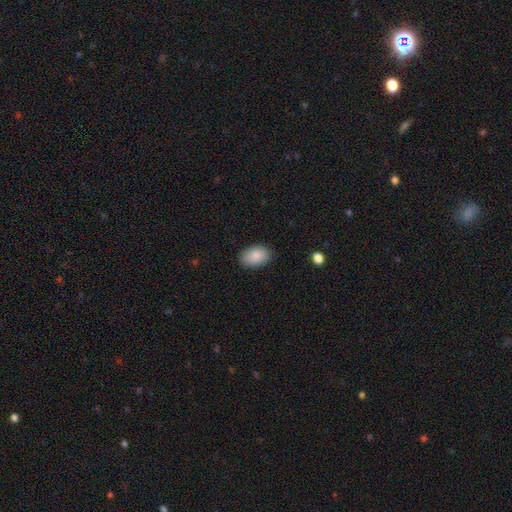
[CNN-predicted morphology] smooth-or-featured: smooth: 87% | star or artifact: 7% | featured or disk: 6%
  how-rounded: in between: 90% | round: 9% | cigar-shaped: 1%
  merging: none: 86% | minor disturbance: 11% | major disturbance: 2% | merger: 1%